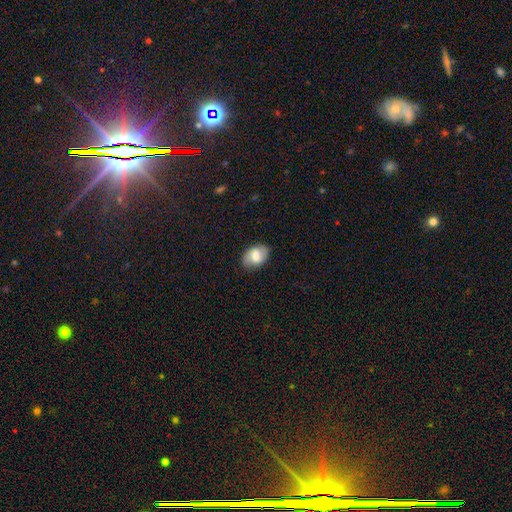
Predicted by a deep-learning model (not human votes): A smooth galaxy with no disk features (64%) that is in between round and cigar-shaped (85%). Merging: none (82%).